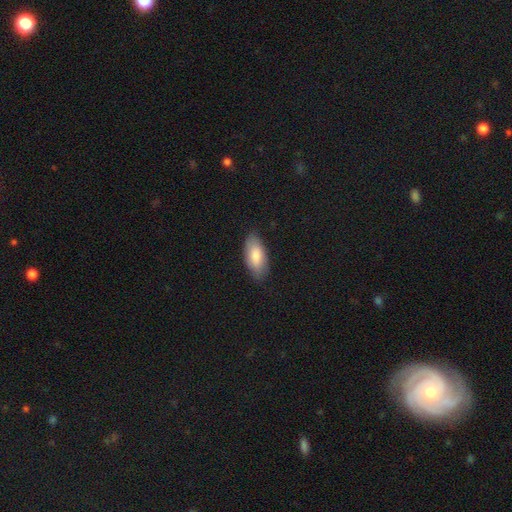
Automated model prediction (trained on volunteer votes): This appears to be a smooth galaxy with no disk features (81%) that is in between round and cigar-shaped (88%). Merging: none (83%).